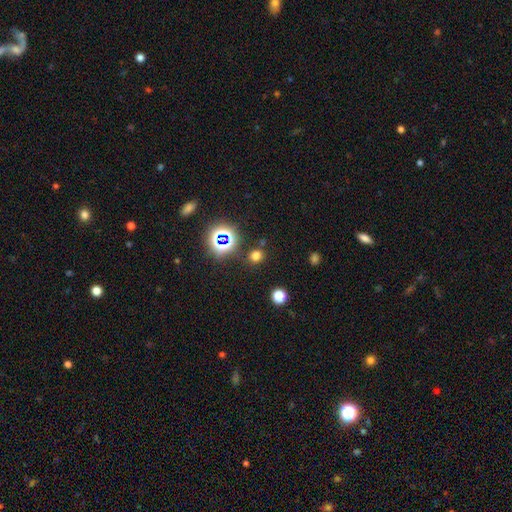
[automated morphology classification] This appears to be a smooth galaxy with no disk features (66%) that is round (76%). Merging: none (83%).